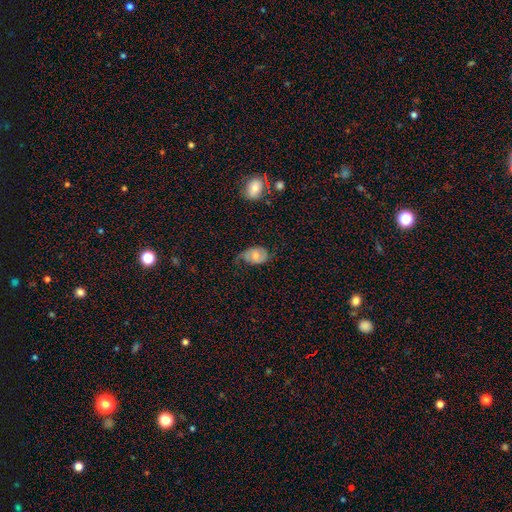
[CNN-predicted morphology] smooth 52%, featured or disk 40%, star or artifact 8%. Down the decision tree: how rounded — in between (82%); merging — none (47%).